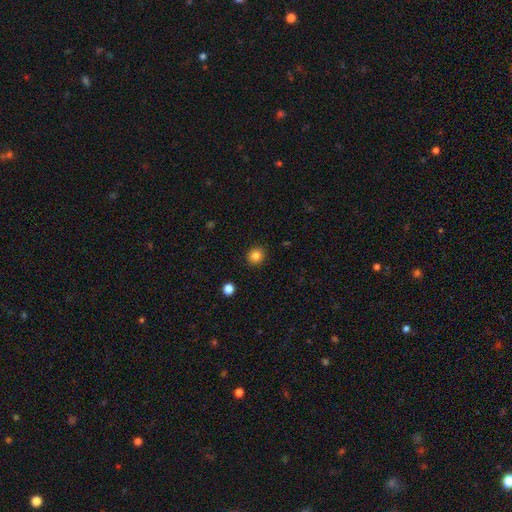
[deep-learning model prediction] smooth 84%, star or artifact 11%, featured or disk 5%. Down the decision tree: how rounded — round (88%); merging — none (91%).